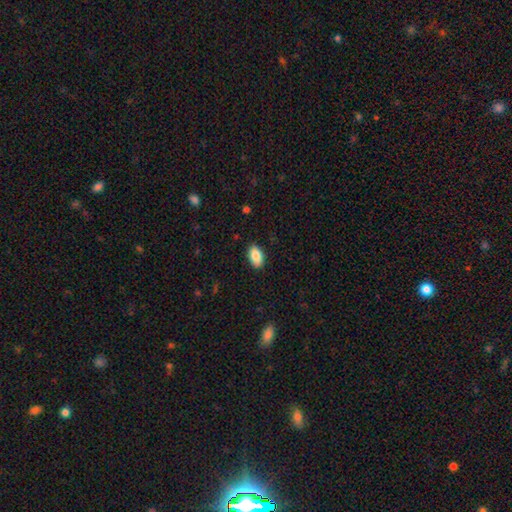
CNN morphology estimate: type=smooth (87%); roundness=in between (93%); merging=none (88%).